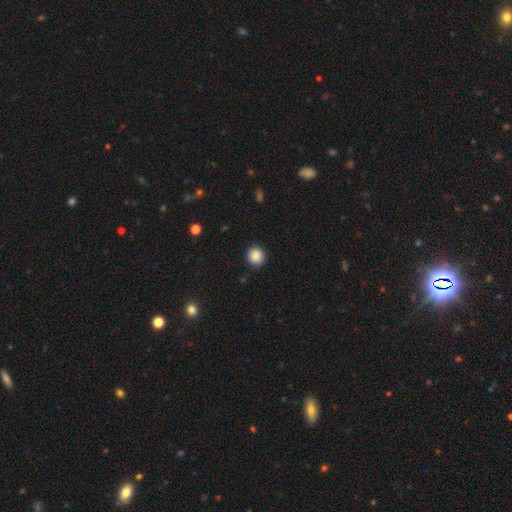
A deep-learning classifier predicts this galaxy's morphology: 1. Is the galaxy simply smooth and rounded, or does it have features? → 87% smooth, 9% star or artifact, 4% featured or disk.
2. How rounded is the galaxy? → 89% round, 10% in between, 1% cigar-shaped.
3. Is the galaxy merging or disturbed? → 88% none, 9% minor disturbance, 2% major disturbance, 1% merger.